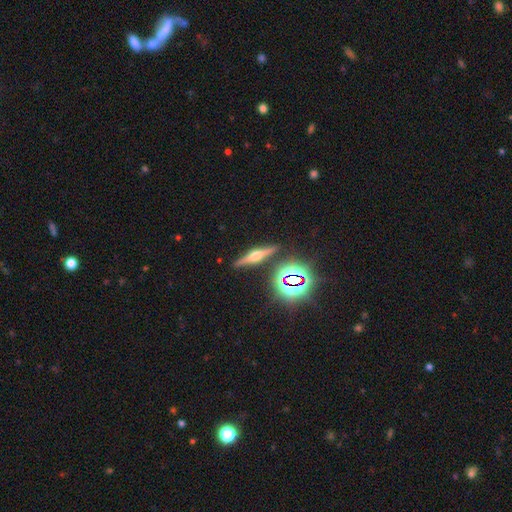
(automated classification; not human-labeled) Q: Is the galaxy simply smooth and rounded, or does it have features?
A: featured or disk — 65%.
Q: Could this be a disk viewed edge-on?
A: yes — 96%.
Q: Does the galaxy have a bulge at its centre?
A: rounded — 91%.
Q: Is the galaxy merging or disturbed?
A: none — 88%.